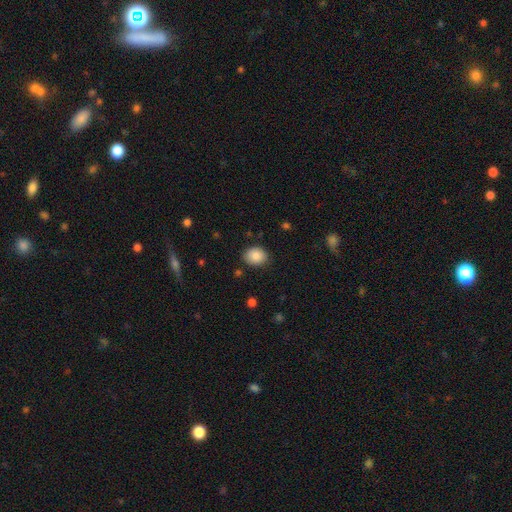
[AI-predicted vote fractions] This is clearly a smooth galaxy (87%). How rounded: possibly round (51%). Merging: clearly none (85%).